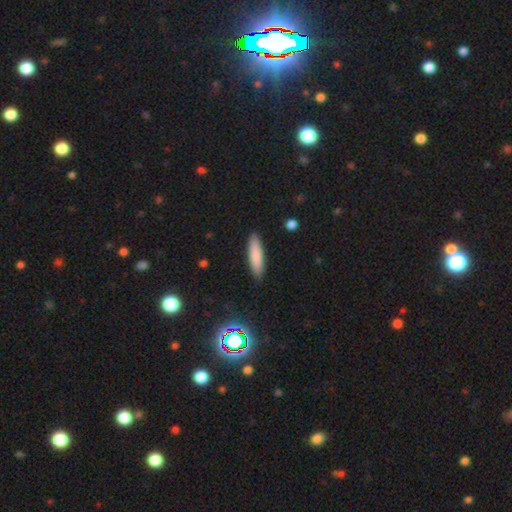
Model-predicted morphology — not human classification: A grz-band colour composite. It shows a smooth galaxy with no disk features (83%) that is cigar-shaped (72%). Merging: none (89%).